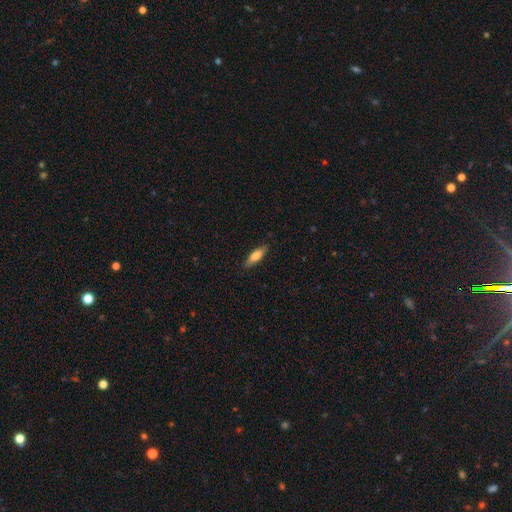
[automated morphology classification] Overall: smooth (74%). How rounded: cigar-shaped (53%; in between 45%). Merging: none (87%).